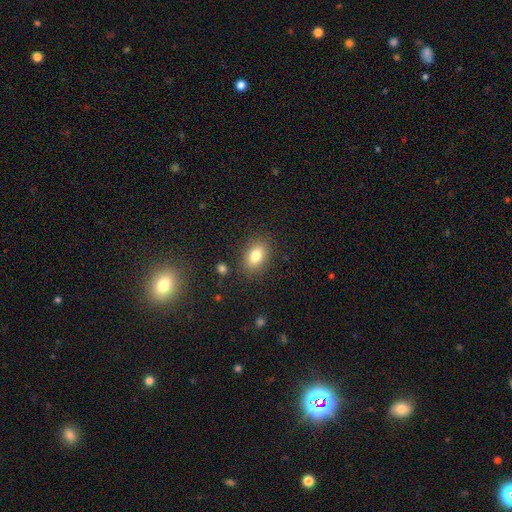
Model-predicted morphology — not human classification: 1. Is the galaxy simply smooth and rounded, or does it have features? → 81% smooth, 10% featured or disk, 10% star or artifact.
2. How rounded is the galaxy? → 81% in between, 18% round, 2% cigar-shaped.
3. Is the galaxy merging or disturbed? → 84% none, 10% minor disturbance, 3% major disturbance, 2% merger.